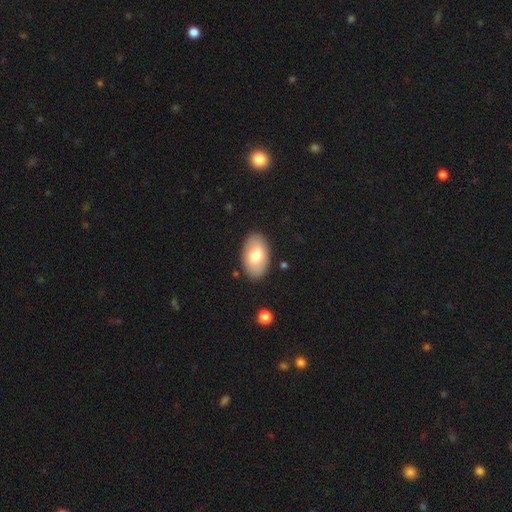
Volunteers were most divided on "smooth or featured": smooth: 71%, featured or disk: 24%, star or artifact: 5%. More confident: how rounded — in between (93%); merging — none (86%).